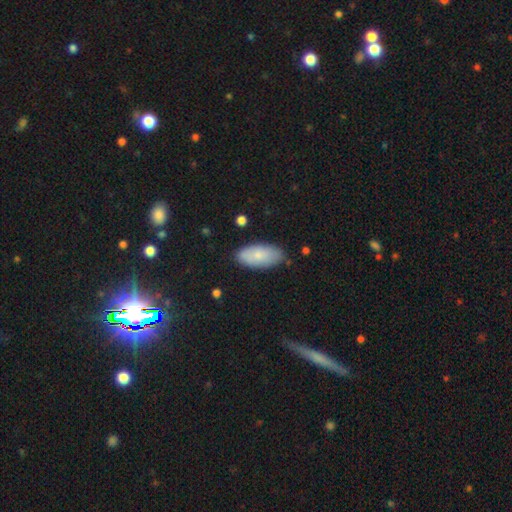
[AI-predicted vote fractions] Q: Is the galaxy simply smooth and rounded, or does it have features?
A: smooth — 78%.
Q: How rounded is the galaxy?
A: in between — 92%.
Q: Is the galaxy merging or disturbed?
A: none — 80%.